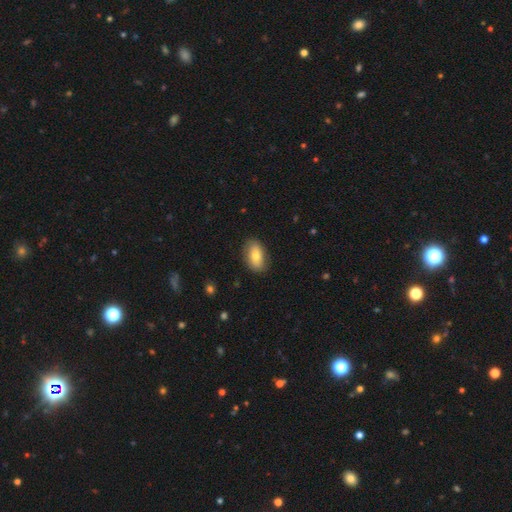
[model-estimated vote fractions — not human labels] Smooth or featured: smooth — 74% (featured or disk — 20%)
How rounded: in between — 91% (round — 7%)
Merging: none — 84% (minor disturbance — 12%)